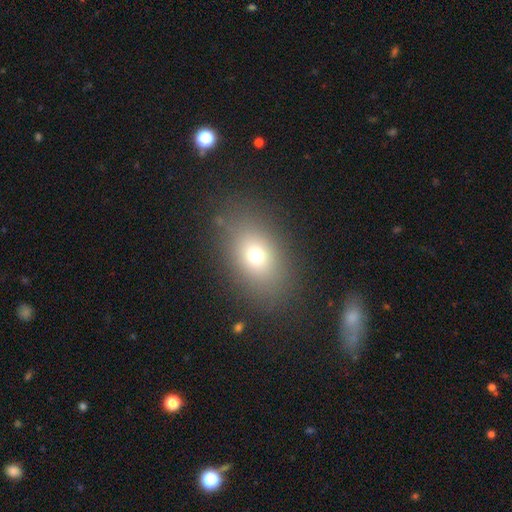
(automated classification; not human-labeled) The model was most divided on "smooth or featured": smooth: 70%, featured or disk: 15%, star or artifact: 14%. More confident: merging — none (83%); how rounded — in between (78%).